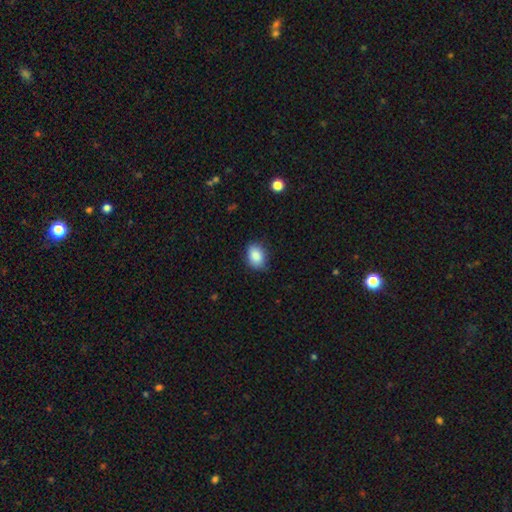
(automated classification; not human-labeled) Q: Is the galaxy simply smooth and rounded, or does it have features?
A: smooth — 88%.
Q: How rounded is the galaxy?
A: in between — 79%.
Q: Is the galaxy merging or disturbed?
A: none — 81%.